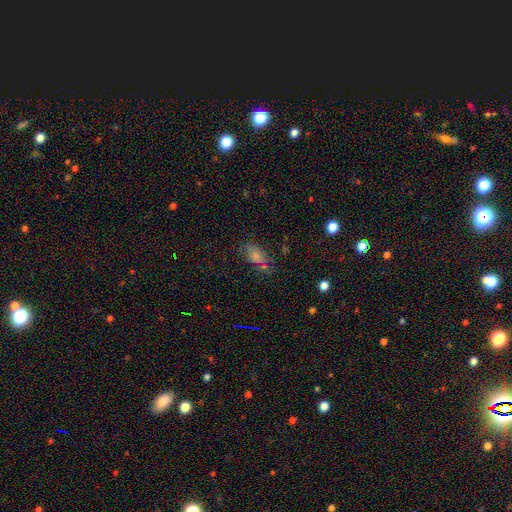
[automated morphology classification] smooth-or-featured: smooth: 52% | star or artifact: 28% | featured or disk: 20%
  how-rounded: in between: 81% | round: 13% | cigar-shaped: 6%
  merging: none: 66% | minor disturbance: 19% | major disturbance: 9% | merger: 6%